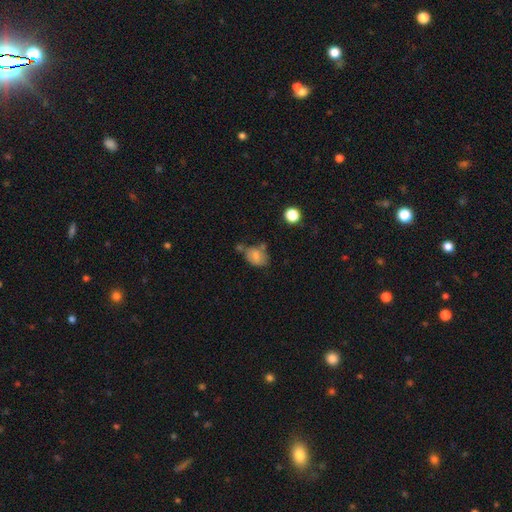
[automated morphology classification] A smooth galaxy with no disk features (78%) that is in between round and cigar-shaped (68%).

Vote fractions:
- Smooth or featured? smooth: 78% / featured or disk: 12% / star or artifact: 10%
- How rounded? in between: 68% / round: 31% / cigar-shaped: 1%
- Merging? none: 48% / minor disturbance: 24% / merger: 19% / major disturbance: 8%